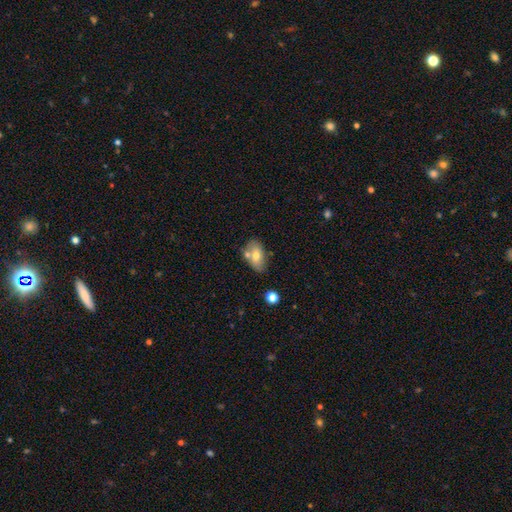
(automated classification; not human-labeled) This appears to be a smooth galaxy with no disk features (66%) that is in between round and cigar-shaped (90%). Merging: none (60%).